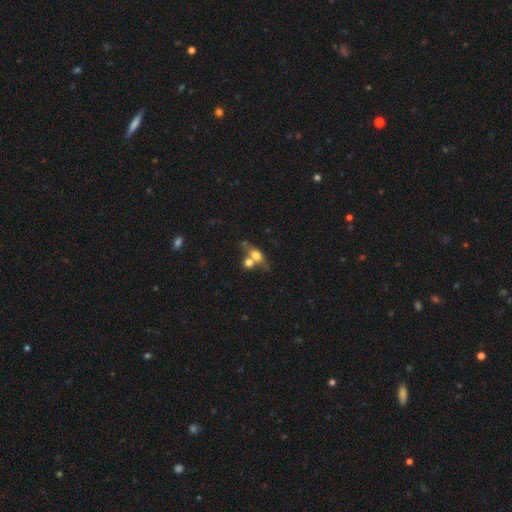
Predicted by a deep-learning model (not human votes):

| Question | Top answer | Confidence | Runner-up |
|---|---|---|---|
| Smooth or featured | smooth | 63% | featured or disk (26%) |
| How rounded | in between | 56% | round (33%) |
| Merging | merger | 53% | none (30%) |